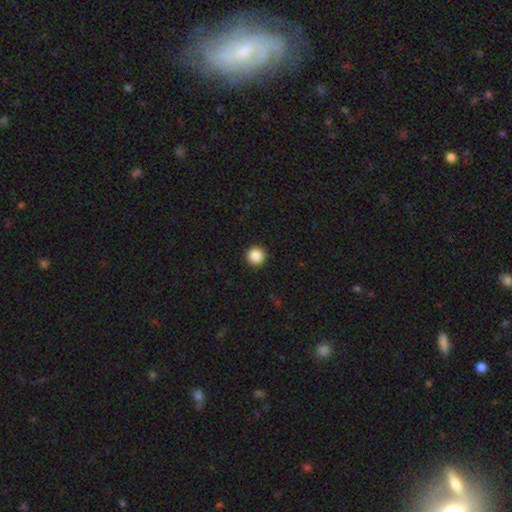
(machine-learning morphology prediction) A smooth galaxy with no disk features (87%) that is round (97%). Merging: none (94%).